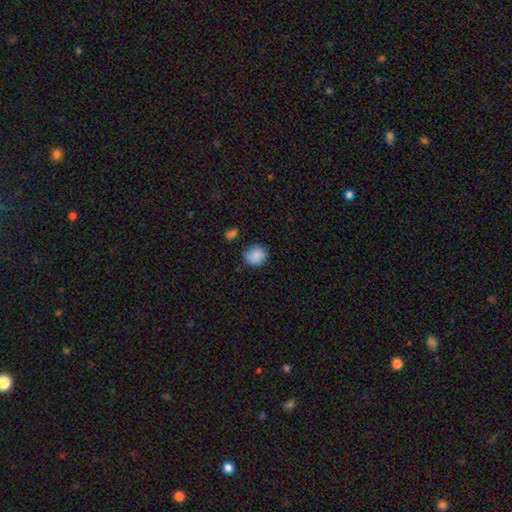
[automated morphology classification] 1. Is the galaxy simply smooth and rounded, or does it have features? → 87% smooth, 8% star or artifact, 4% featured or disk.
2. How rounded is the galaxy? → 74% round, 25% in between, 1% cigar-shaped.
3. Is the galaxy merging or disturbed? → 75% none, 18% minor disturbance, 4% major disturbance, 3% merger.